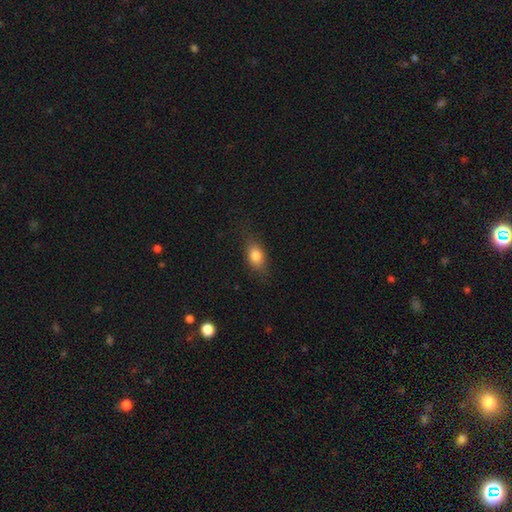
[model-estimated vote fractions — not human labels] Smooth or featured: smooth — 81% (featured or disk — 10%)
How rounded: in between — 79% (round — 15%)
Merging: none — 76% (minor disturbance — 18%)